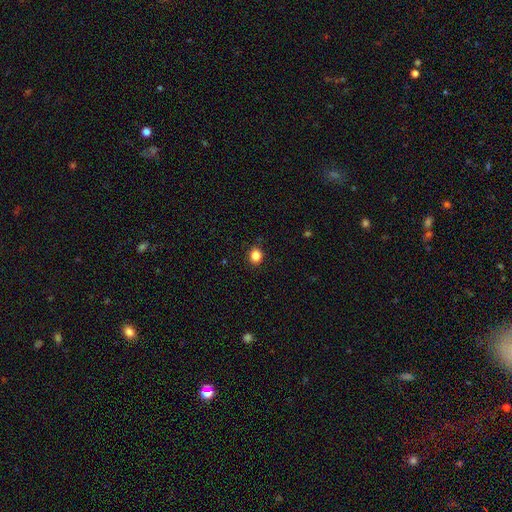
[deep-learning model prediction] Morphology: type=smooth (85%); roundness=round (63%); merging=none (88%).